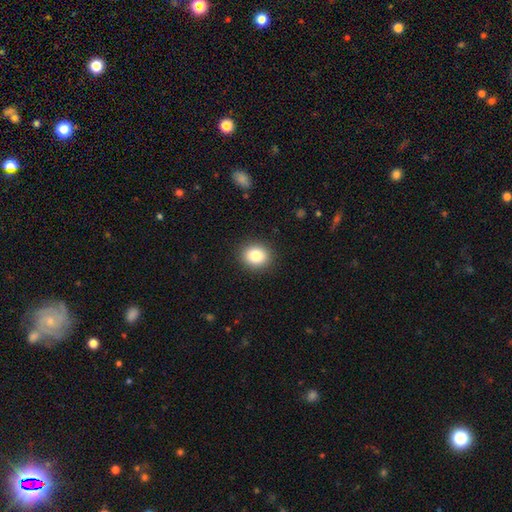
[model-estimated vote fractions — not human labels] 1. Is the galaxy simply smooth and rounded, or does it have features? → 83% smooth, 10% star or artifact, 7% featured or disk.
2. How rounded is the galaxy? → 72% round, 27% in between, 1% cigar-shaped.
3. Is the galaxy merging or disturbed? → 90% none, 7% minor disturbance, 2% major disturbance, 1% merger.